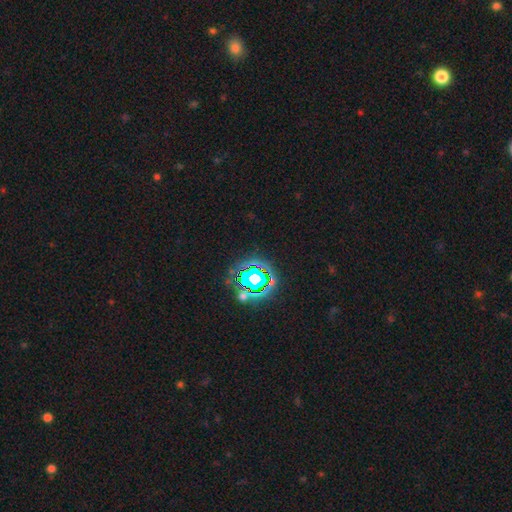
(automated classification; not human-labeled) Smooth or featured: star or artifact — 84% (smooth — 10%)